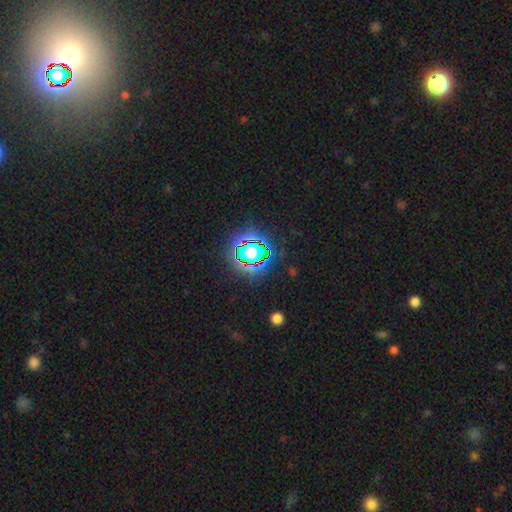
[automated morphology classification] This appears to be a star or artifact, not a galaxy (80%).